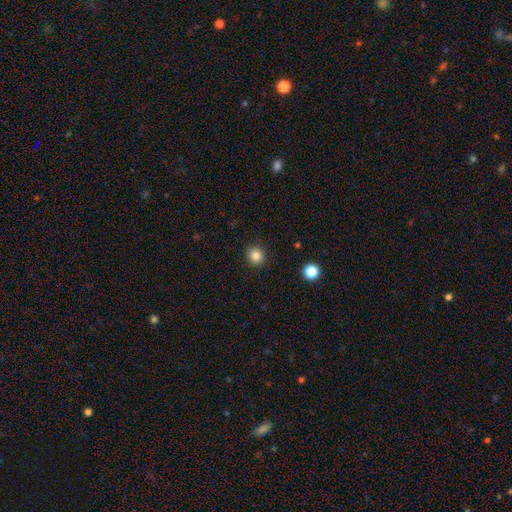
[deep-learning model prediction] Smooth or featured? Predicted: smooth (p=0.84). How rounded? Predicted: round (p=0.82). Merging? Predicted: none (p=0.90).